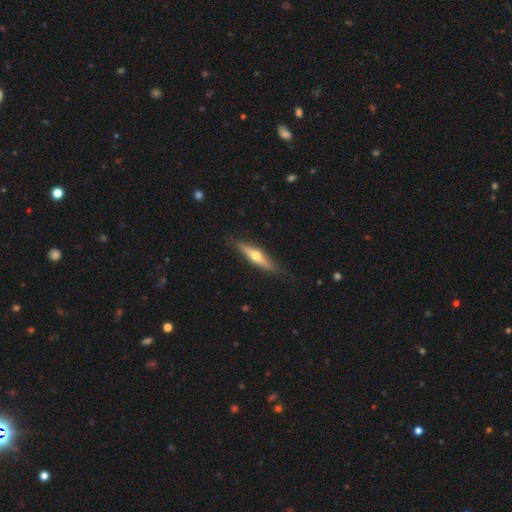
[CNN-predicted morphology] Q: Smooth or featured?
A: featured or disk (61%); runner-up: smooth (33%)
Q: Edge-on disk?
A: yes (94%); runner-up: no (6%)
Q: Edge-on bulge?
A: rounded (93%); runner-up: none (4%)
Q: Merging?
A: none (85%); runner-up: minor disturbance (11%)